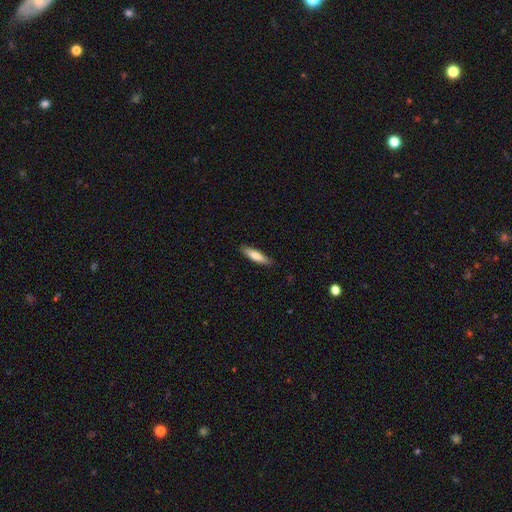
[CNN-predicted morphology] Overall: smooth (76%). How rounded: cigar-shaped (74%). Merging: none (87%).